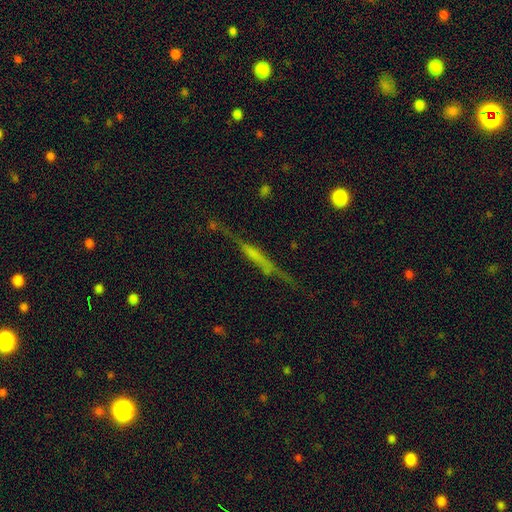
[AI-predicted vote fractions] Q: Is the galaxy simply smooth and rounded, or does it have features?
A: featured or disk — 62%.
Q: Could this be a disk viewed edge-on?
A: yes — 91%.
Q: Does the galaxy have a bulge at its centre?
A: none — 50%.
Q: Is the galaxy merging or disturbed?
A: none — 67%.